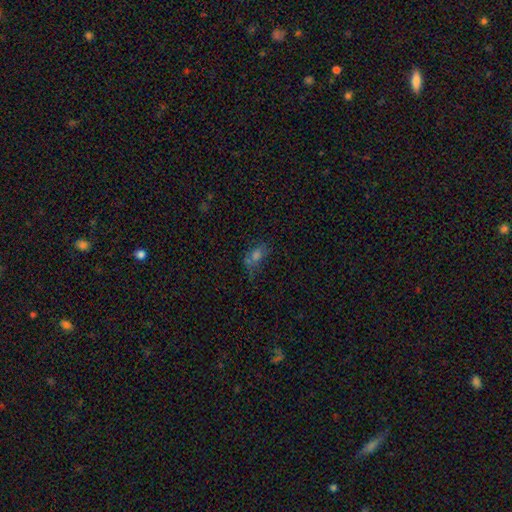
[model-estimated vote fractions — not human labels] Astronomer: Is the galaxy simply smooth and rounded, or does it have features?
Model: smooth — 51% (runner-up: star or artifact, 30%).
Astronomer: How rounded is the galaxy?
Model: in between — 68%.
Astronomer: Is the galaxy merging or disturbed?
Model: none — 43% (runner-up: minor disturbance, 22%).